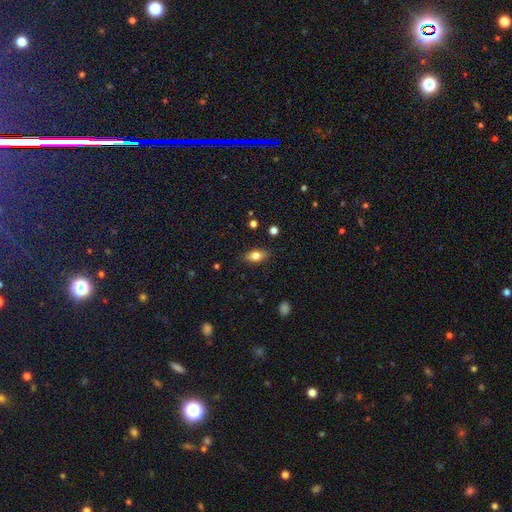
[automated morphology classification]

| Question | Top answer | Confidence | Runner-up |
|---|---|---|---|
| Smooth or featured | smooth | 78% | featured or disk (13%) |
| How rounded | in between | 85% | cigar-shaped (8%) |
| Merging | none | 85% | minor disturbance (11%) |